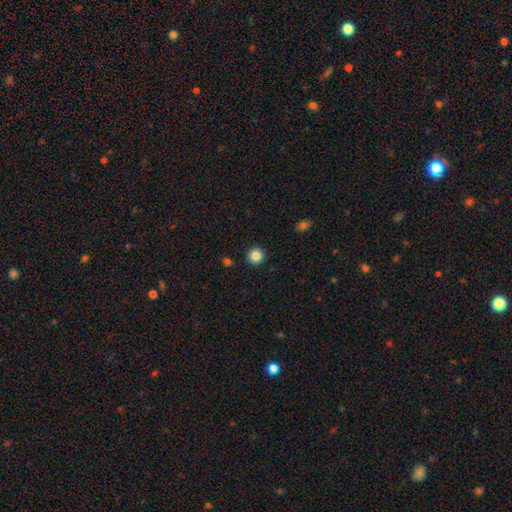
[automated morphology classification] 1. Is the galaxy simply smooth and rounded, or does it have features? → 85% smooth, 10% star or artifact, 5% featured or disk.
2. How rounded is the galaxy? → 94% round, 5% in between, 1% cigar-shaped.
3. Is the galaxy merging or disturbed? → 92% none, 5% minor disturbance, 2% major disturbance, 1% merger.